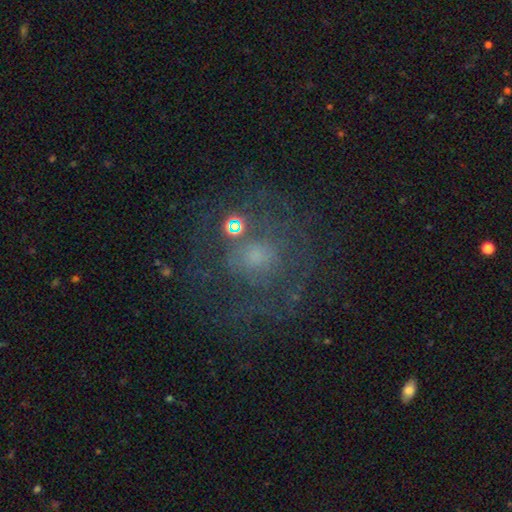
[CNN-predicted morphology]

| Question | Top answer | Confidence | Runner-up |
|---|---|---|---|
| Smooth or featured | featured or disk | 51% | smooth (32%) |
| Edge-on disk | no | 97% | yes (3%) |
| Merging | none | 61% | major disturbance (17%) |